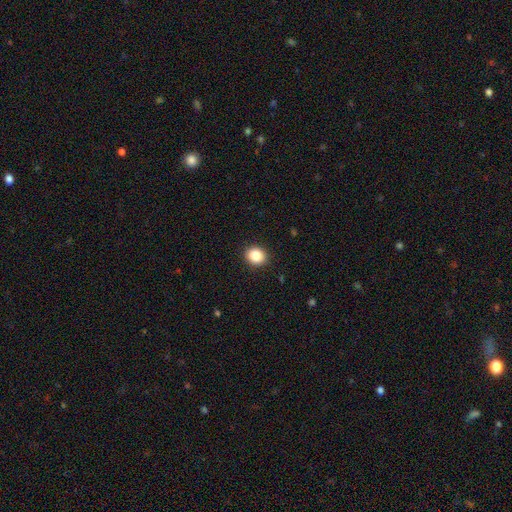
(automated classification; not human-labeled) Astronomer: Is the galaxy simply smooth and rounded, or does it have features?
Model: smooth — 86%.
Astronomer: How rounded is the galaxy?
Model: round — 71%.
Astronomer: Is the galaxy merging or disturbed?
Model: none — 91%.